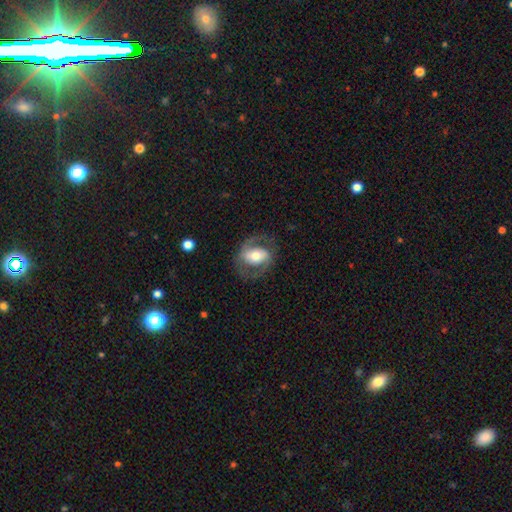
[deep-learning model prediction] featured or disk 67%, smooth 26%, star or artifact 6%. Down the decision tree: edge-on disk — no (95%); bar — weak (35%); spiral arms — yes (77%); bulge size — moderate (64%); merging — none (73%).